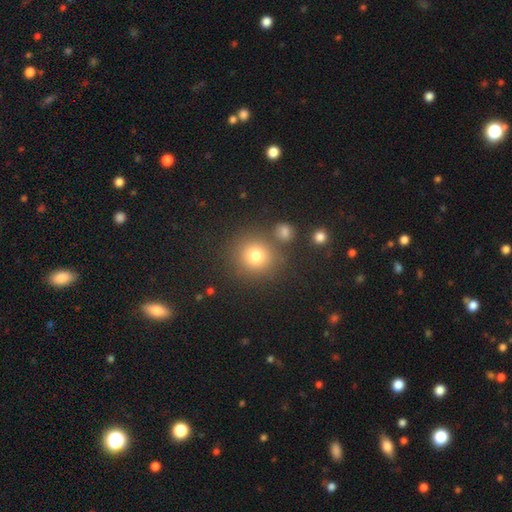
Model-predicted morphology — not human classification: type=smooth (77%); roundness=round (91%); merging=none (78%).